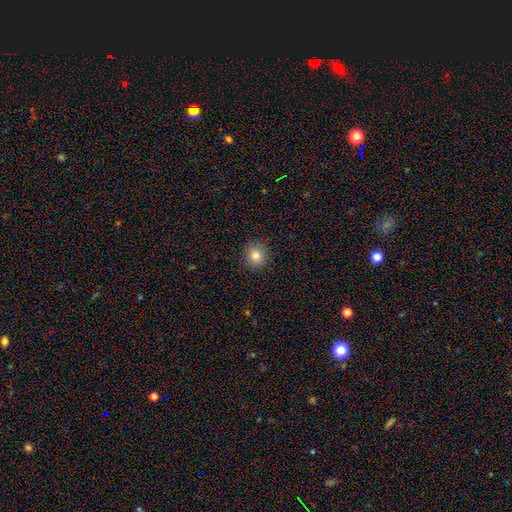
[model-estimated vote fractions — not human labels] Smooth or featured: smooth — 80% (star or artifact — 12%)
How rounded: round — 91% (in between — 8%)
Merging: none — 89% (minor disturbance — 8%)